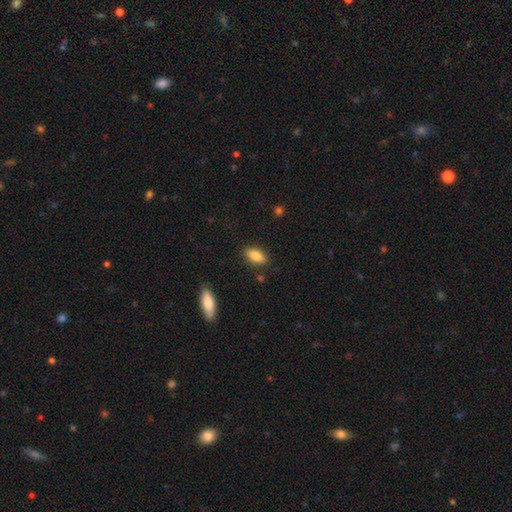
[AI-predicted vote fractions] Smooth or featured? smooth (85%)
How rounded? in between (84%)
Merging? none (84%)